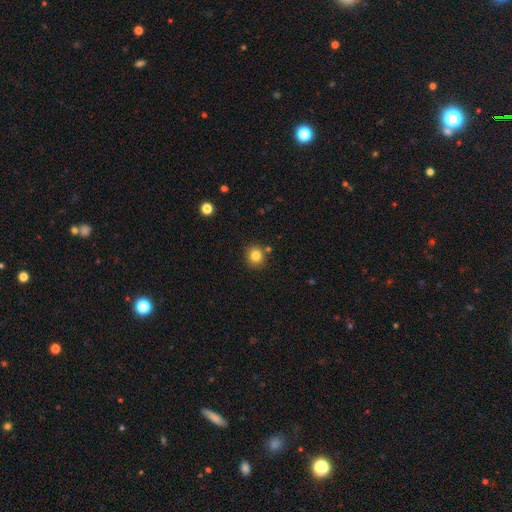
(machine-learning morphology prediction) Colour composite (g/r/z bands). It shows a smooth galaxy with no disk features (82%) that is round (89%). Merging: none (84%).